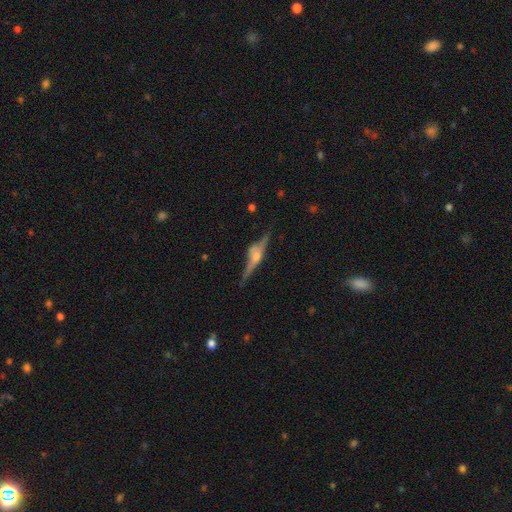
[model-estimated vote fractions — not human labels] smooth-or-featured: featured or disk: 80% | smooth: 13% | star or artifact: 7%
  disk-edge-on: yes: 96% | no: 4%
    edge-on-bulge: rounded: 87% | boxy: 10% | none: 3%
  merging: none: 76% | minor disturbance: 15% | major disturbance: 5% | merger: 4%